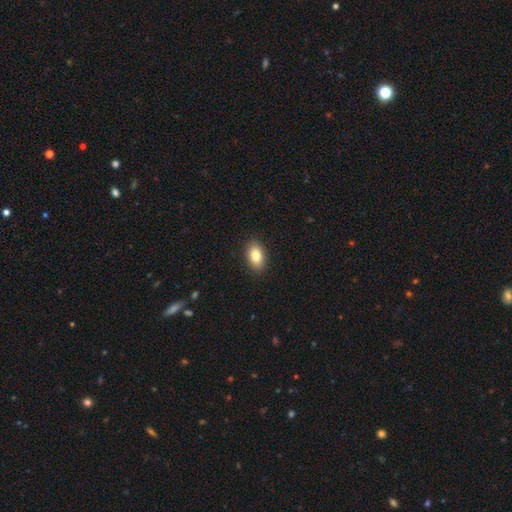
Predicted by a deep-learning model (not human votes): smooth_or_featured: smooth (p=0.82) [alt: featured or disk p=0.10]
how_rounded: in between (p=0.89) [alt: round p=0.09]
merging: none (p=0.90) [alt: minor disturbance p=0.07]